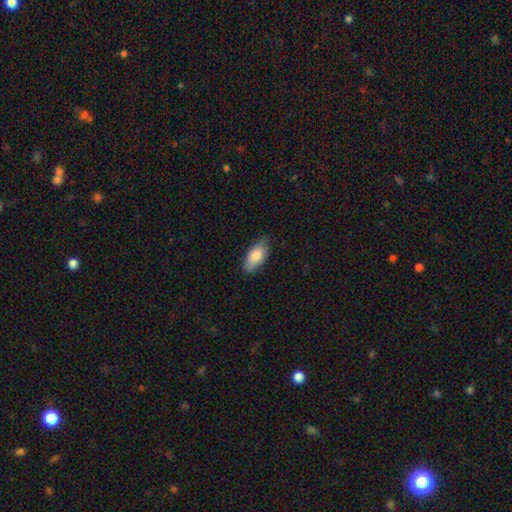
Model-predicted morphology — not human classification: A smooth galaxy with no disk features (84%) that is in between round and cigar-shaped (90%). Merging: none (77%).